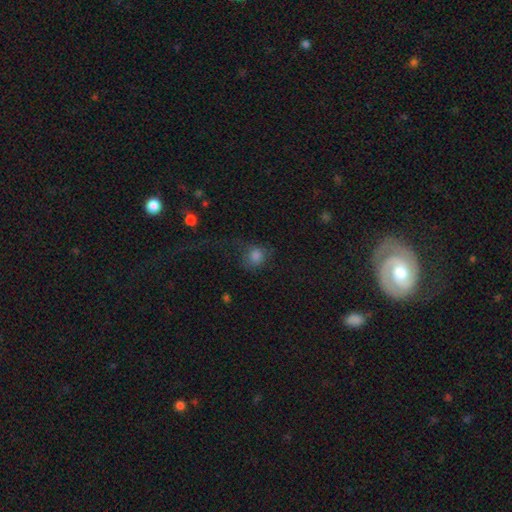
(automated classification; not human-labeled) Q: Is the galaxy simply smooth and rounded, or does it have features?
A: smooth — 77%.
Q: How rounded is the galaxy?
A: round — 80%.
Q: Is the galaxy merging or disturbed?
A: none — 48%.